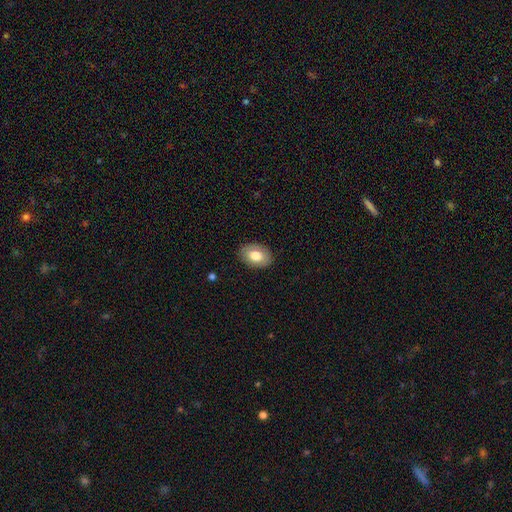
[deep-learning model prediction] A smooth galaxy with no disk features (78%) that is in between round and cigar-shaped (83%).

Vote fractions:
- Smooth or featured? smooth: 78% / featured or disk: 16% / star or artifact: 7%
- How rounded? in between: 83% / round: 16% / cigar-shaped: 1%
- Merging? none: 87% / minor disturbance: 10% / major disturbance: 2% / merger: 1%